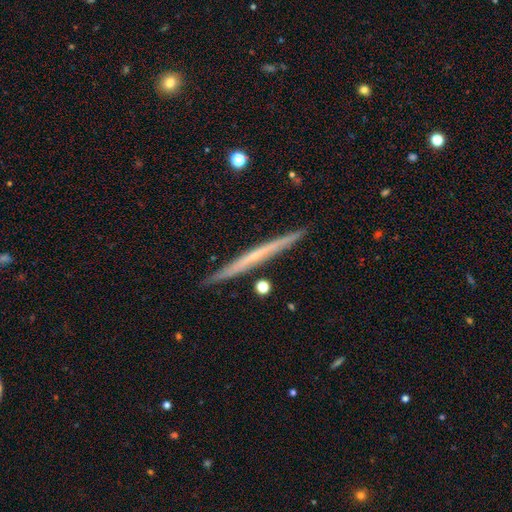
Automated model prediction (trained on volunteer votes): A featured or disk galaxy (64%) viewed edge-on (97%) with no central bulge (72%).

Vote fractions:
- Smooth or featured? featured or disk: 64% / smooth: 30% / star or artifact: 6%
- Edge-on disk? yes: 97% / no: 3%
- Edge-on bulge? none: 72% / rounded: 25% / boxy: 3%
- Merging? none: 89% / minor disturbance: 7% / merger: 2% / major disturbance: 1%